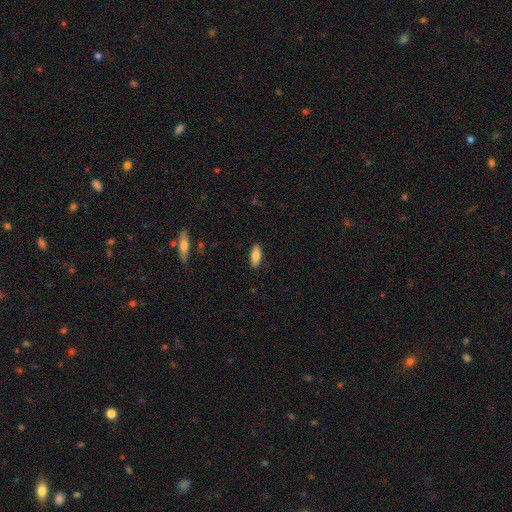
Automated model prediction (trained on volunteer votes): Morphology: type=smooth (80%); roundness=in between (79%); merging=none (89%).